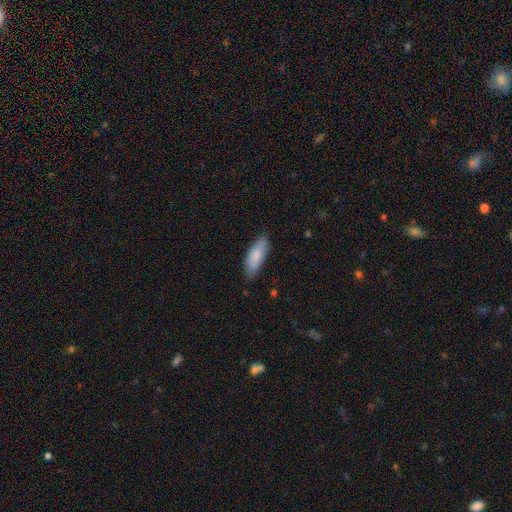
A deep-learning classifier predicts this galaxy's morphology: Overall: smooth (84%). How rounded: in between (66%; cigar-shaped 32%). Merging: none (80%).